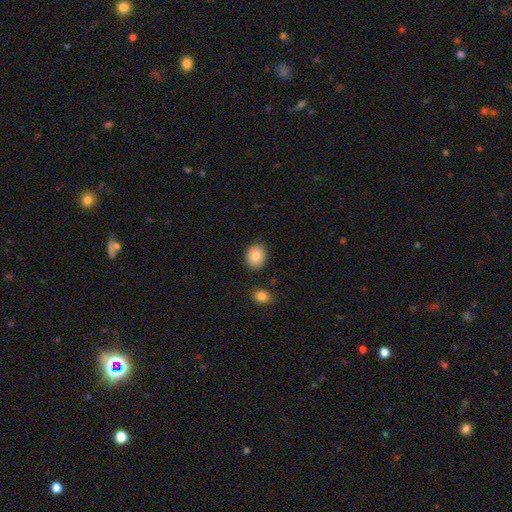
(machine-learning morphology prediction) type=smooth (85%); roundness=in between (50%); merging=none (81%).